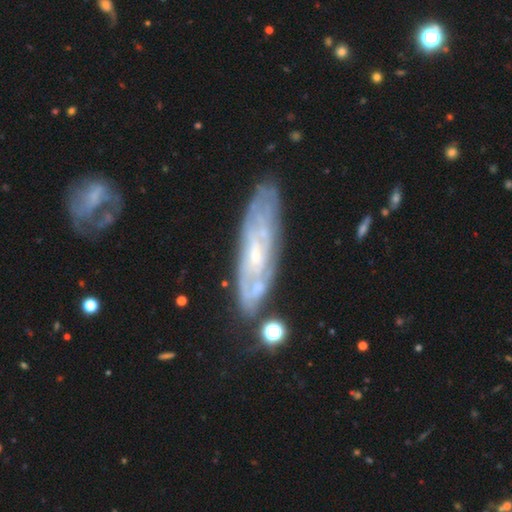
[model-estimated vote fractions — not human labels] This appears to be a featured or disk galaxy (76%) with no bar (65%), spiral arms (78%) and a small central bulge (77%). Merging: none (76%).